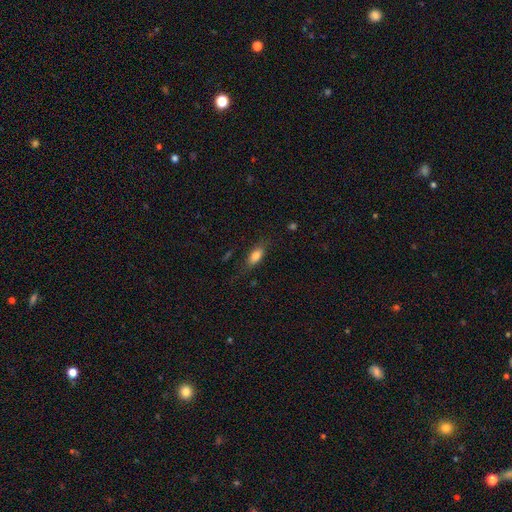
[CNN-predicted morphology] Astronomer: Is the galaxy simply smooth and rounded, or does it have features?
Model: smooth — 78%.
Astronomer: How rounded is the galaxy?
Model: in between — 79%.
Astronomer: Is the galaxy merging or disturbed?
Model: none — 74%.